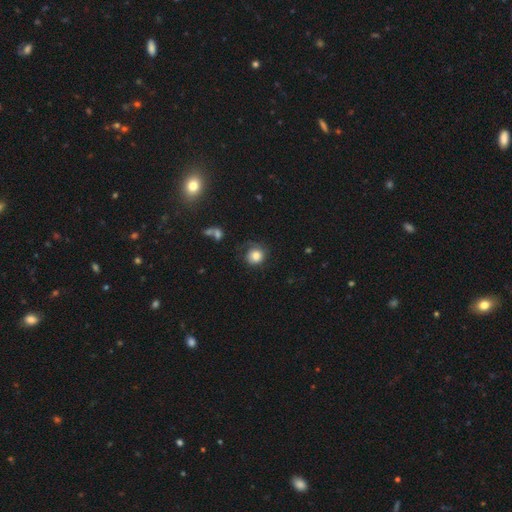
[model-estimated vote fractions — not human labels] Smooth or featured?
  - smooth: 78% *
  - featured or disk: 13%
  - star or artifact: 9%
How rounded?
  - round: 82% *
  - in between: 17%
  - cigar-shaped: 1%
Merging?
  - none: 56% *
  - minor disturbance: 24%
  - major disturbance: 16%
  - merger: 3%